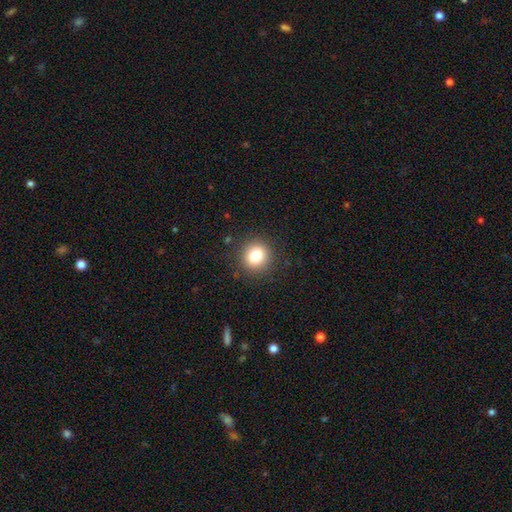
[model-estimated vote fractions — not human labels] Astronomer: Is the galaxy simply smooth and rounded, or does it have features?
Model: smooth — 81%.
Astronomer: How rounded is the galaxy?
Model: round — 85%.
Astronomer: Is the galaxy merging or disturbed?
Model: none — 89%.